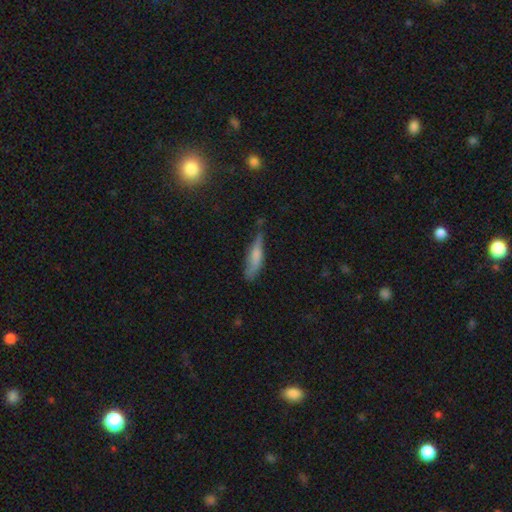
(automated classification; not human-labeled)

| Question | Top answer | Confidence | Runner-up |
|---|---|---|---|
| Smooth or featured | smooth | 67% | featured or disk (26%) |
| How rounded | cigar-shaped | 68% | in between (30%) |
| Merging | none | 53% | minor disturbance (34%) |